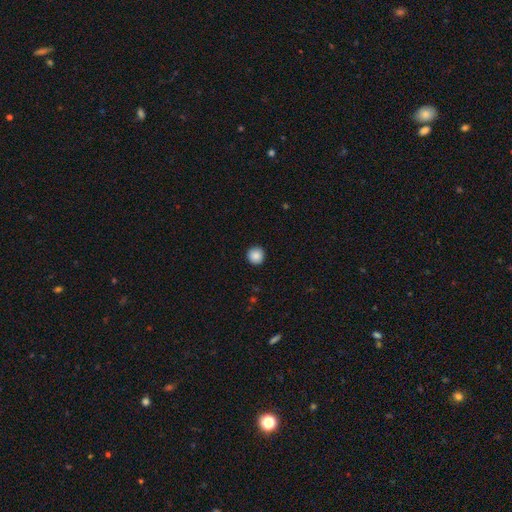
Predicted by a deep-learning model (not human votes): Smooth or featured: smooth — 88% (star or artifact — 9%)
How rounded: round — 95% (in between — 4%)
Merging: none — 93% (minor disturbance — 5%)